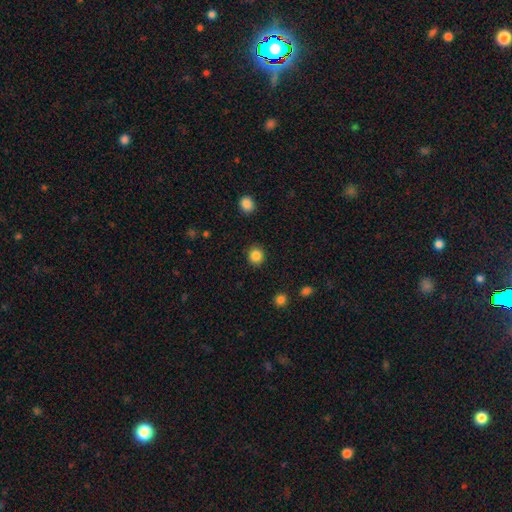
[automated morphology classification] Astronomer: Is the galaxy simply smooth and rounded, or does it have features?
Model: smooth — 86%.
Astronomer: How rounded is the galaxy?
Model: round — 86%.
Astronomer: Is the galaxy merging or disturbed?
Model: none — 90%.